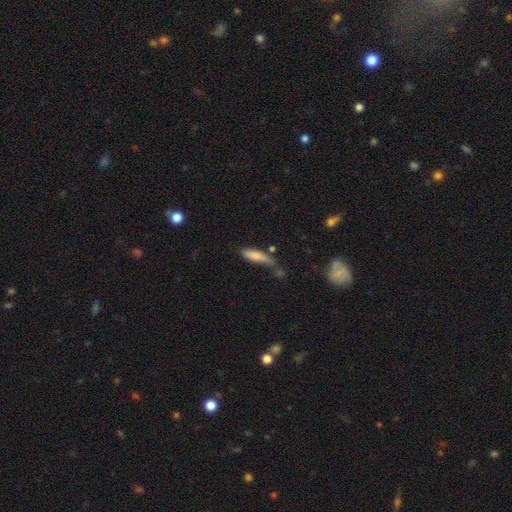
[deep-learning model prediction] This is likely a smooth galaxy (78%). How rounded: likely cigar-shaped (64%). Merging: possibly none (49%).